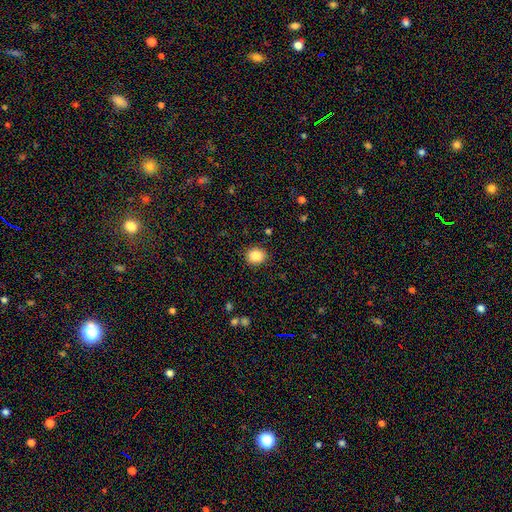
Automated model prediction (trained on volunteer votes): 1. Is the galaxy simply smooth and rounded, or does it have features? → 86% smooth, 9% star or artifact, 4% featured or disk.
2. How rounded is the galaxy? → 73% round, 26% in between, 1% cigar-shaped.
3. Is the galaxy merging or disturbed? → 89% none, 7% minor disturbance, 2% major disturbance, 1% merger.